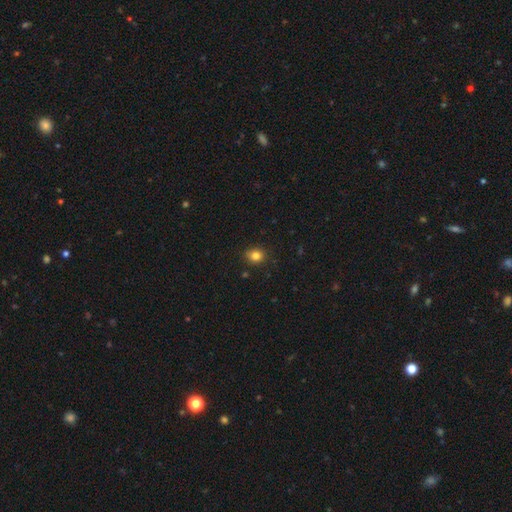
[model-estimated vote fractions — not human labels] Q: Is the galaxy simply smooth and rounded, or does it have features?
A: smooth — 83%.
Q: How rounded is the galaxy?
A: round — 73%.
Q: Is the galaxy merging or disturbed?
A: none — 84%.